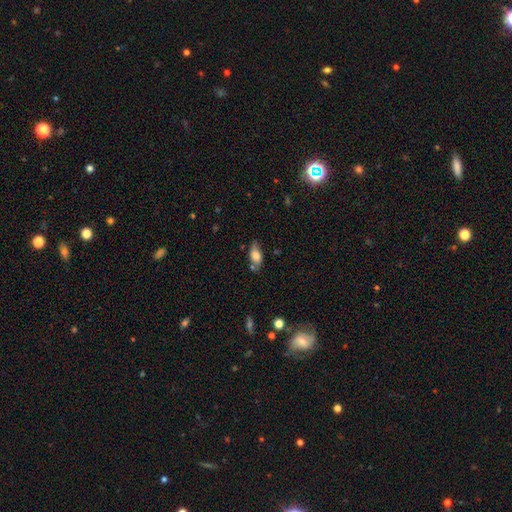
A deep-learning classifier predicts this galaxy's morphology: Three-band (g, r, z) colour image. It shows a smooth galaxy with no disk features (68%) that is in between round and cigar-shaped (86%). Merging: none (66%).